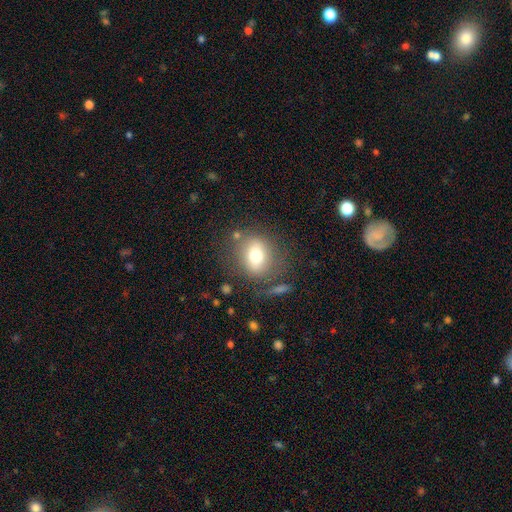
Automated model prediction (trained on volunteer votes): Smooth or featured?
  - smooth: 67% *
  - featured or disk: 23%
  - star or artifact: 10%
How rounded?
  - round: 58% *
  - in between: 40%
  - cigar-shaped: 2%
Merging?
  - none: 71% *
  - minor disturbance: 15%
  - major disturbance: 8%
  - merger: 6%